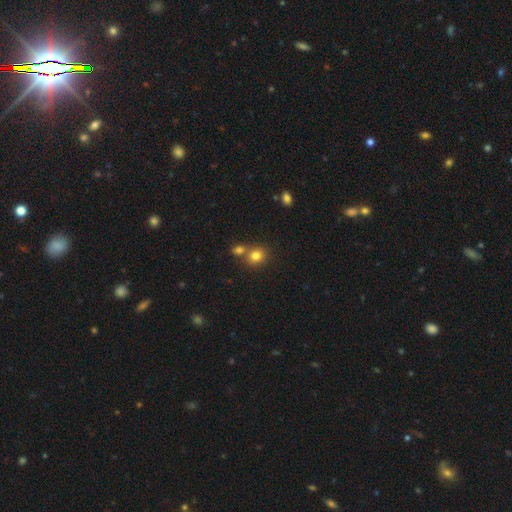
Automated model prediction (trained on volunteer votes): Smooth or featured? Predicted: smooth (p=0.81). How rounded? Predicted: round (p=0.75). Merging? Predicted: none (p=0.55).